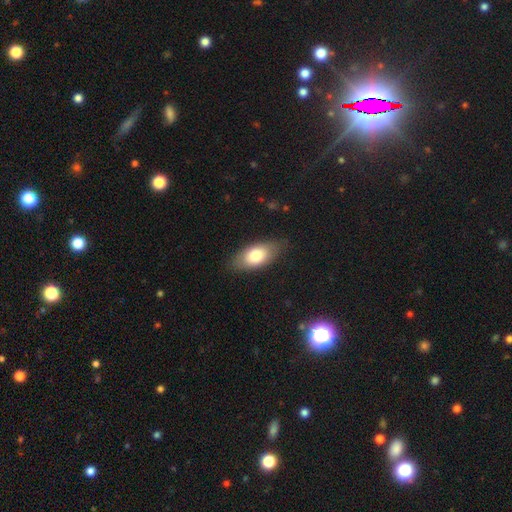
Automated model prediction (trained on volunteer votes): smooth_or_featured: smooth (p=0.76) [alt: featured or disk p=0.18]
how_rounded: in between (p=0.90) [alt: cigar-shaped p=0.06]
merging: none (p=0.81) [alt: minor disturbance p=0.14]